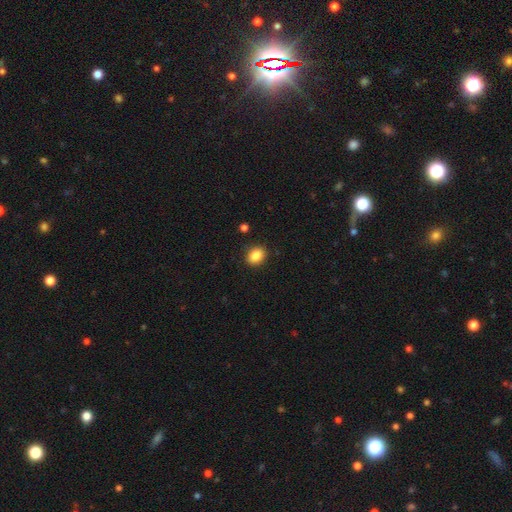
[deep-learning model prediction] The model was most divided on "how rounded": round: 50%, in between: 49%, cigar-shaped: 1%. More confident: merging — none (90%); smooth or featured — smooth (86%).